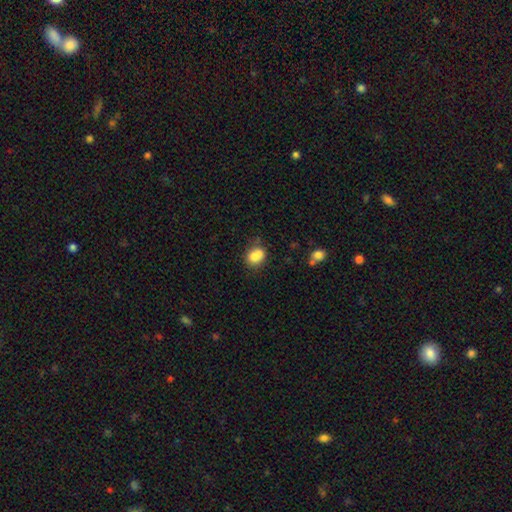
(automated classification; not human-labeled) smooth-or-featured: smooth: 80% | featured or disk: 10% | star or artifact: 10%
  how-rounded: in between: 54% | round: 44% | cigar-shaped: 1%
  merging: none: 52% | merger: 23% | minor disturbance: 19% | major disturbance: 5%